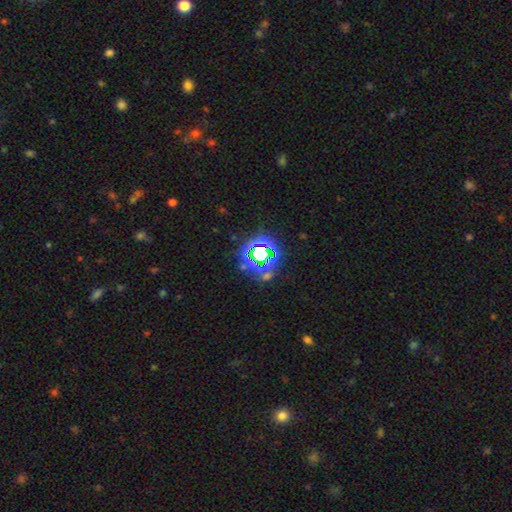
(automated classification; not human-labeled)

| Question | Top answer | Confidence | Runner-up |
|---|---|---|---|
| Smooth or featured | star or artifact | 73% | smooth (19%) |